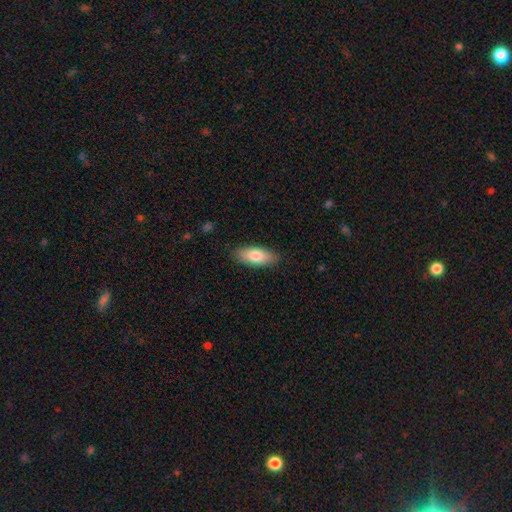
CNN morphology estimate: Q: Smooth or featured?
A: smooth (80%); runner-up: featured or disk (14%)
Q: How rounded?
A: in between (81%); runner-up: cigar-shaped (17%)
Q: Merging?
A: none (88%); runner-up: minor disturbance (9%)